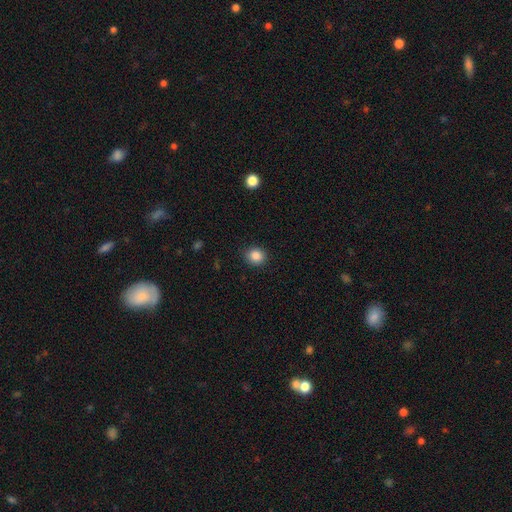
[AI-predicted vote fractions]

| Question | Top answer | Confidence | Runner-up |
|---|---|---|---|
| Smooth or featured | smooth | 86% | star or artifact (10%) |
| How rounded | round | 76% | in between (23%) |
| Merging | none | 88% | minor disturbance (8%) |